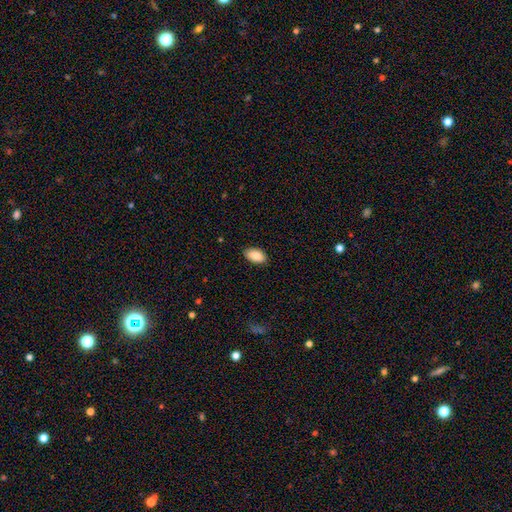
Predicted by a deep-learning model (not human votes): smooth 89%, star or artifact 7%, featured or disk 4%. Down the decision tree: how rounded — in between (95%); merging — none (87%).